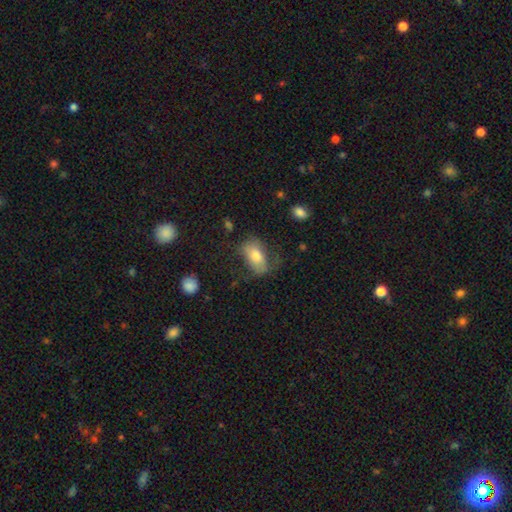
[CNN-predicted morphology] The model was most divided on "merging": none: 52%, minor disturbance: 26%, major disturbance: 20%, merger: 2%. More confident: how rounded — in between (89%); smooth or featured — smooth (68%).